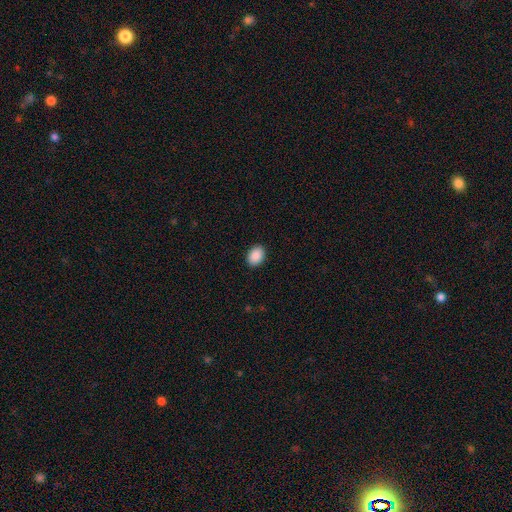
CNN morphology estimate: A smooth galaxy with no disk features (90%) that is in between round and cigar-shaped (78%).

Vote fractions:
- Smooth or featured? smooth: 90% / star or artifact: 7% / featured or disk: 3%
- How rounded? in between: 78% / round: 21% / cigar-shaped: 1%
- Merging? none: 90% / minor disturbance: 7% / major disturbance: 2% / merger: 1%